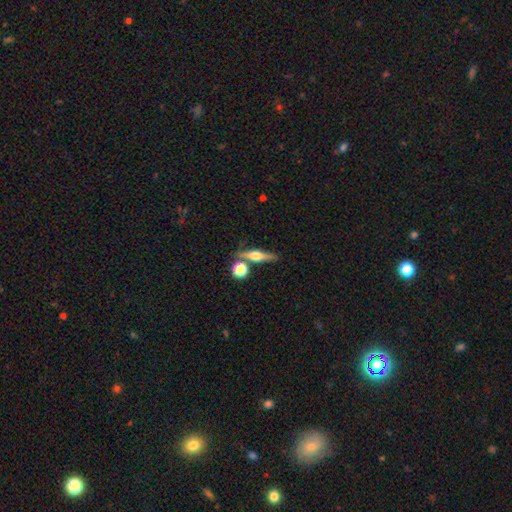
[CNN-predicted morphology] Smooth or featured? featured or disk (64%)
Edge-on disk? yes (95%)
Edge-on bulge? rounded (93%)
Merging? none (77%)